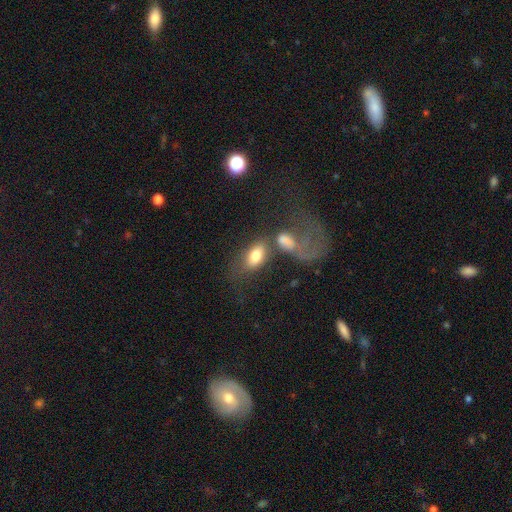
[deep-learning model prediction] A smooth galaxy with no disk features (73%) that is in between round and cigar-shaped (90%). Merging: merger (41%).